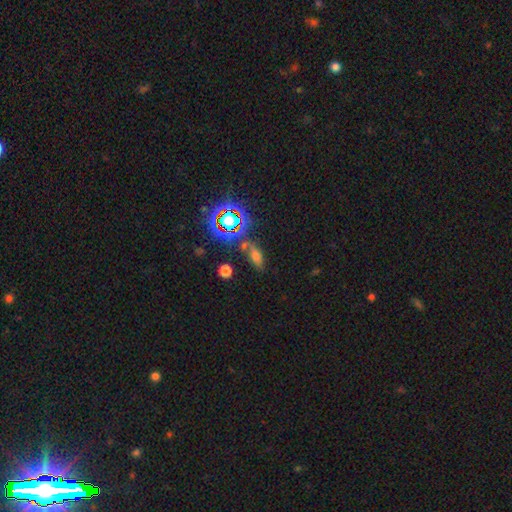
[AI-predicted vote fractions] A smooth galaxy with no disk features (57%) that is in between round and cigar-shaped (71%). Merging: none (64%).